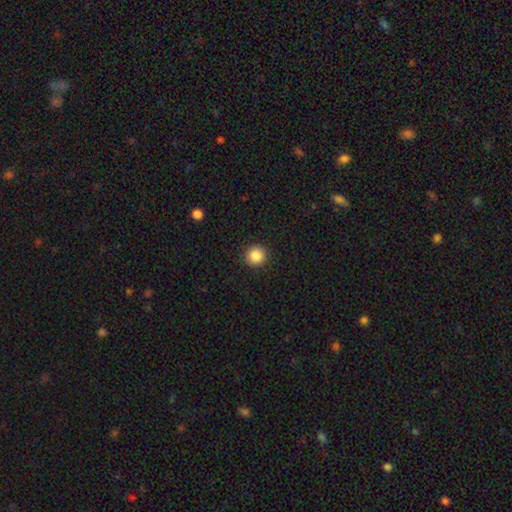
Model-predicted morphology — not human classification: smooth-or-featured: smooth: 87% | star or artifact: 10% | featured or disk: 4%
  how-rounded: round: 94% | in between: 5% | cigar-shaped: 1%
  merging: none: 92% | minor disturbance: 5% | major disturbance: 2% | merger: 1%